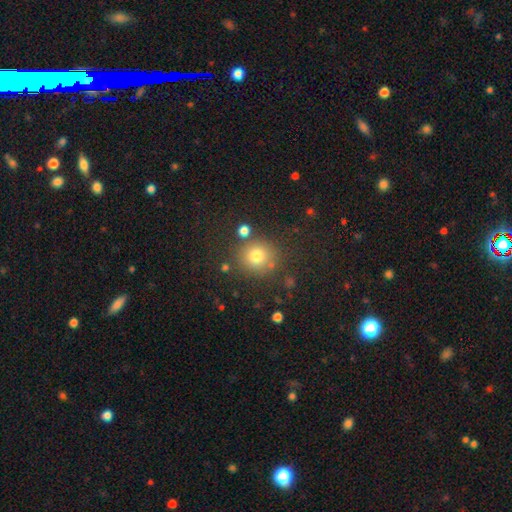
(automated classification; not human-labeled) A smooth galaxy with no disk features (74%) that is round (89%). Merging: none (81%).